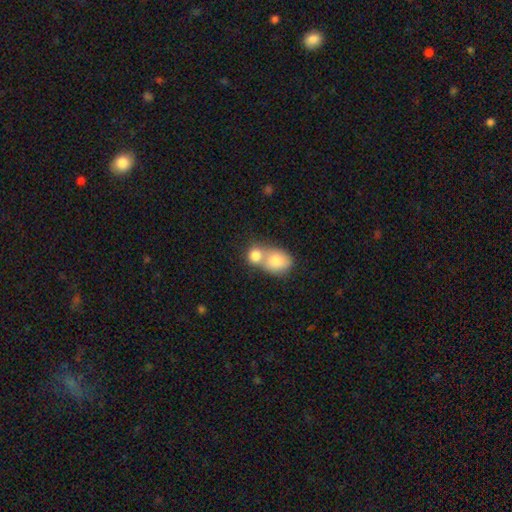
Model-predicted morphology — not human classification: This appears to be a smooth galaxy with no disk features (81%) that is round (65%). Merging: merger (64%).